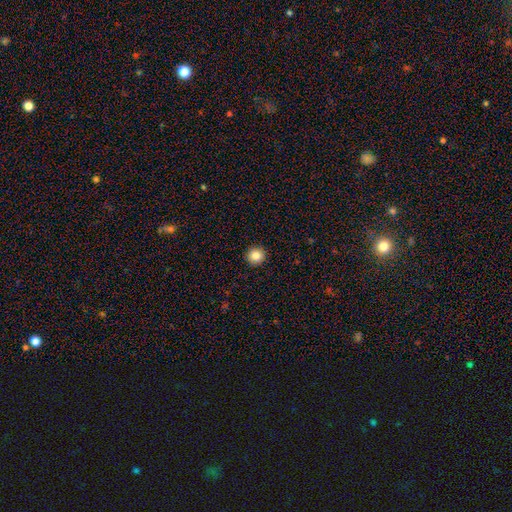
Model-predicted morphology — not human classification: Overall: smooth (84%). How rounded: round (95%). Merging: none (93%).